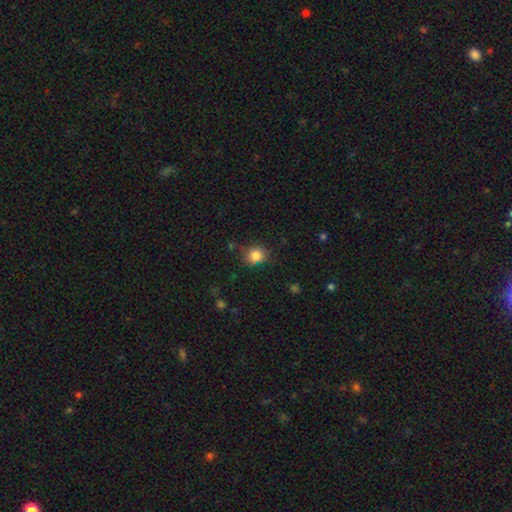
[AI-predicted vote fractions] smooth_or_featured: smooth (p=0.83) [alt: star or artifact p=0.11]
how_rounded: round (p=0.77) [alt: in between p=0.22]
merging: none (p=0.73) [alt: minor disturbance p=0.19]